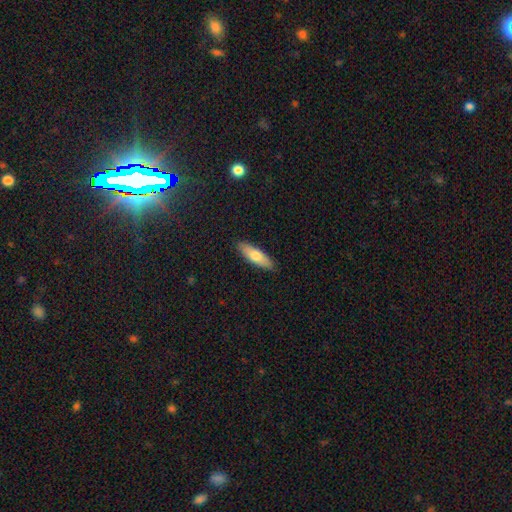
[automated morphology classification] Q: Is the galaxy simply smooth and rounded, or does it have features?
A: smooth — 70%.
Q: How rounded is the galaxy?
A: in between — 50%.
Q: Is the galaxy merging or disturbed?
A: none — 89%.